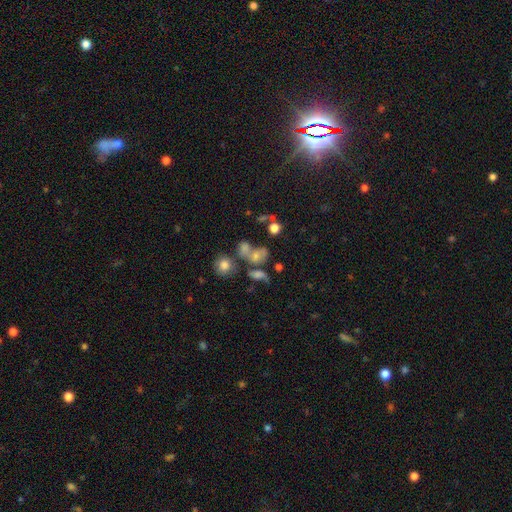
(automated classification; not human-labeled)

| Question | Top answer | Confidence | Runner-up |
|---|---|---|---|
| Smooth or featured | smooth | 48% | featured or disk (26%) |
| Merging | merger | 38% | none (33%) |